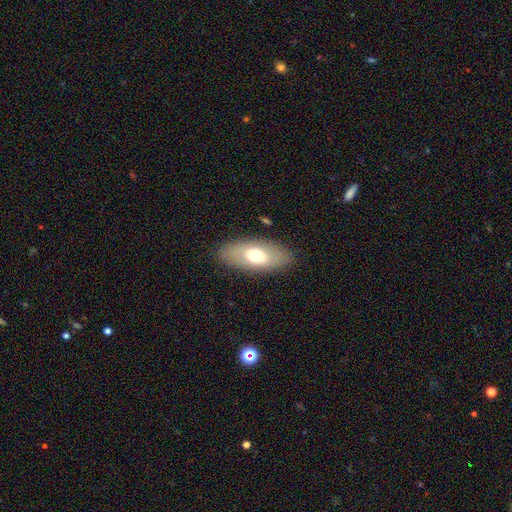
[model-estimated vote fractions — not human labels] smooth_or_featured: smooth (p=0.64) [alt: featured or disk p=0.29]
how_rounded: in between (p=0.88) [alt: cigar-shaped p=0.09]
merging: none (p=0.85) [alt: minor disturbance p=0.10]